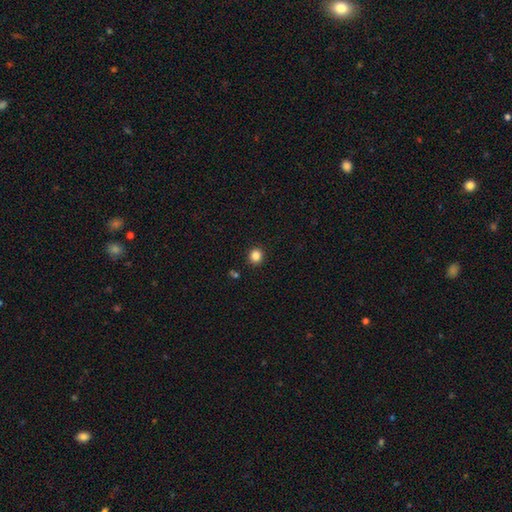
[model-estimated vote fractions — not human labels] Morphology: type=smooth (84%); roundness=round (88%); merging=none (91%).